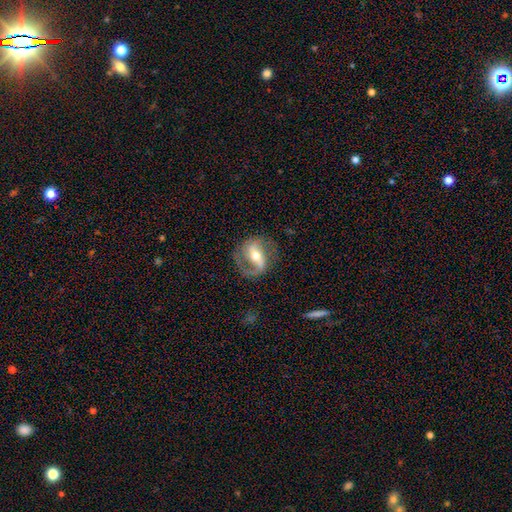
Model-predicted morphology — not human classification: Smooth or featured?
  - featured or disk: 83% *
  - smooth: 11%
  - star or artifact: 6%
Edge-on disk?
  - no: 96% *
  - yes: 4%
Bar?
  - strong: 52% *
  - weak: 31%
  - no: 17%
Spiral arms?
  - yes: 92% *
  - no: 8%
Spiral winding?
  - medium: 45% *
  - loose: 39%
  - tight: 15%
Spiral arm count?
  - 2: 80% *
  - 1: 13%
  - can't tell: 4%
  - 3: 1%
  - 4: 1%
  - more than 4: 1%
Bulge size?
  - moderate: 65% *
  - small: 28%
  - large: 5%
  - none: 1%
  - dominant: 1%
Merging?
  - none: 74% *
  - minor disturbance: 15%
  - major disturbance: 10%
  - merger: 1%